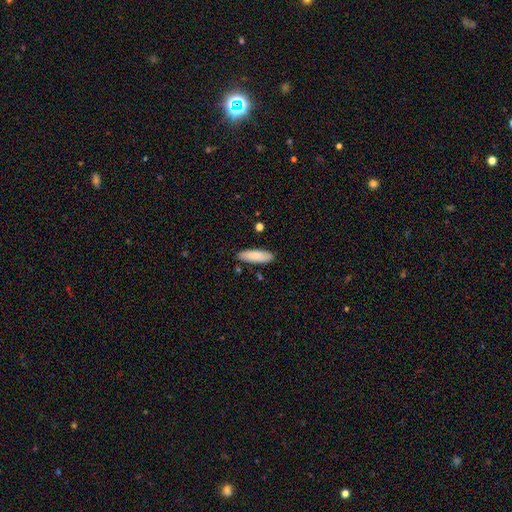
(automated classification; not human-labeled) A smooth galaxy with no disk features (83%) that is in between round and cigar-shaped (56%).

Vote fractions:
- Smooth or featured? smooth: 83% / featured or disk: 11% / star or artifact: 6%
- How rounded? in between: 56% / cigar-shaped: 42% / round: 2%
- Merging? none: 84% / minor disturbance: 11% / merger: 3% / major disturbance: 2%